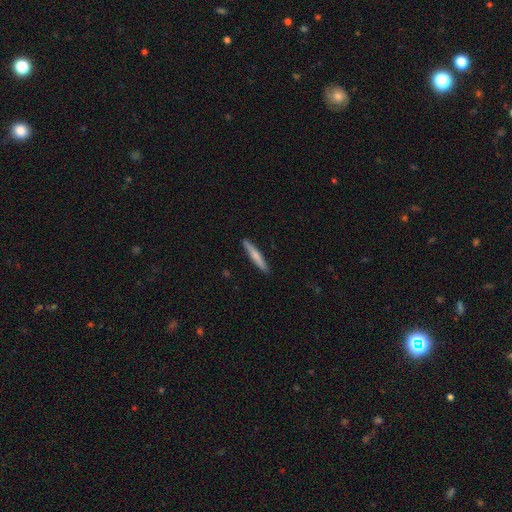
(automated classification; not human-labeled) Smooth or featured?
  - smooth: 63% *
  - featured or disk: 32%
  - star or artifact: 5%
How rounded?
  - cigar-shaped: 94% *
  - in between: 5%
  - round: 1%
Merging?
  - none: 89% *
  - minor disturbance: 8%
  - major disturbance: 2%
  - merger: 1%